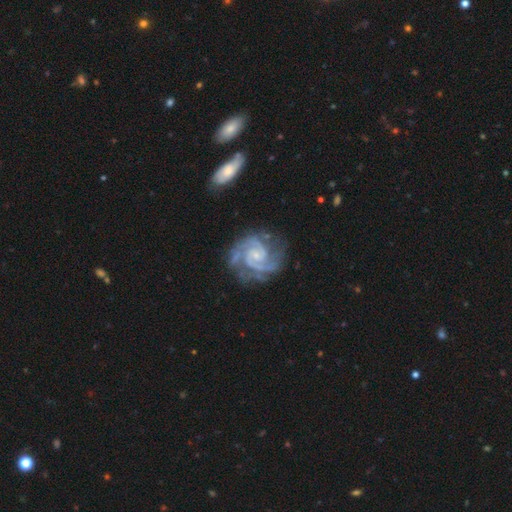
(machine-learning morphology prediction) A featured or disk galaxy (93%) with no bar (60%), 2 (68%) tight (54%) spiral arms (99%) and a small central bulge (73%).

Vote fractions:
- Smooth or featured? featured or disk: 93% / star or artifact: 4% / smooth: 3%
- Edge-on disk? no: 98% / yes: 2%
- Bar? no: 60% / weak: 31% / strong: 9%
- Spiral arms? yes: 99% / no: 1%
- Spiral winding? tight: 54% / medium: 41% / loose: 5%
- Spiral arm count? 2: 68% / 3: 19% / can't tell: 5% / 4: 3% / 1: 3% / more than 4: 3%
- Bulge size? small: 73% / moderate: 16% / none: 9% / large: 1% / dominant: 1%
- Merging? none: 69% / minor disturbance: 20% / major disturbance: 8% / merger: 3%